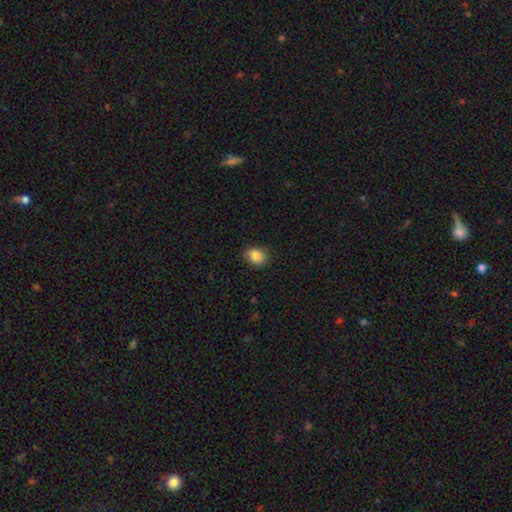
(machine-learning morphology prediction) A smooth galaxy with no disk features (86%) that is in between round and cigar-shaped (54%). Merging: none (84%).